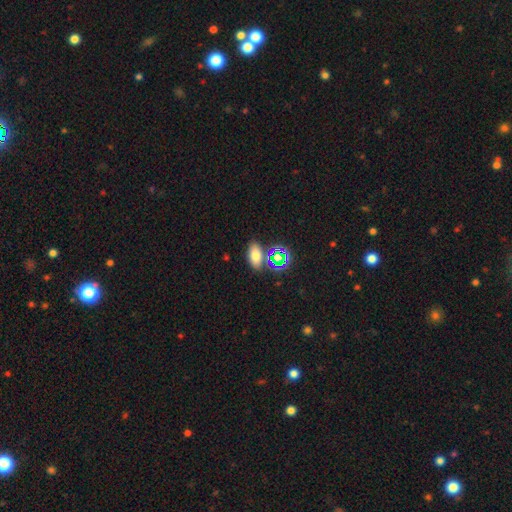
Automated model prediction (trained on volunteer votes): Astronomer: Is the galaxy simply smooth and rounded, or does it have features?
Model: smooth — 68%.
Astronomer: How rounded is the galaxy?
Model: in between — 84%.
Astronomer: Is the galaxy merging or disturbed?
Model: none — 75%.